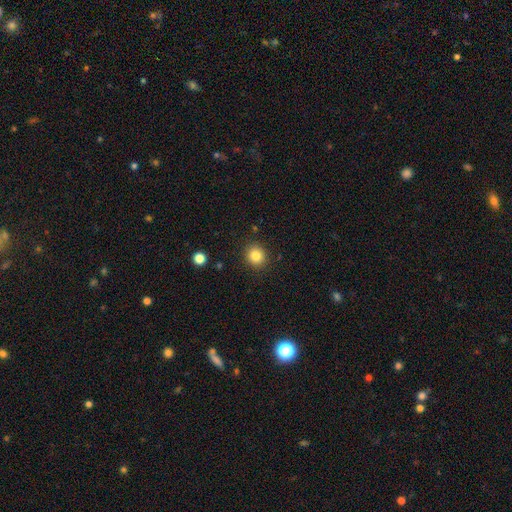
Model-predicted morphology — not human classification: Overall: smooth (83%). How rounded: round (86%). Merging: none (89%).